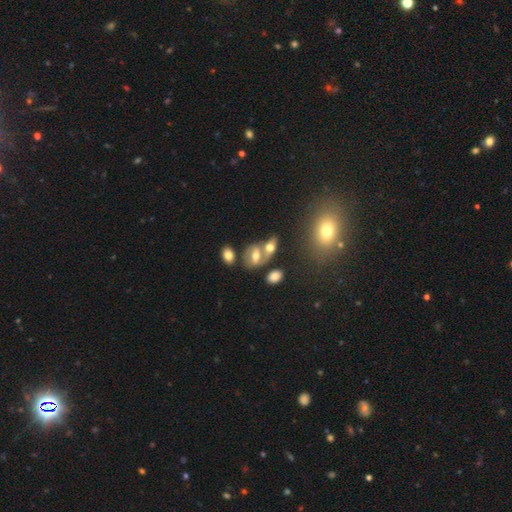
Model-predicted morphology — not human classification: A smooth galaxy with no disk features (45%).

Vote fractions:
- Smooth or featured? smooth: 45% / featured or disk: 44% / star or artifact: 11%
- Merging? none: 43% / merger: 36% / minor disturbance: 13% / major disturbance: 7%